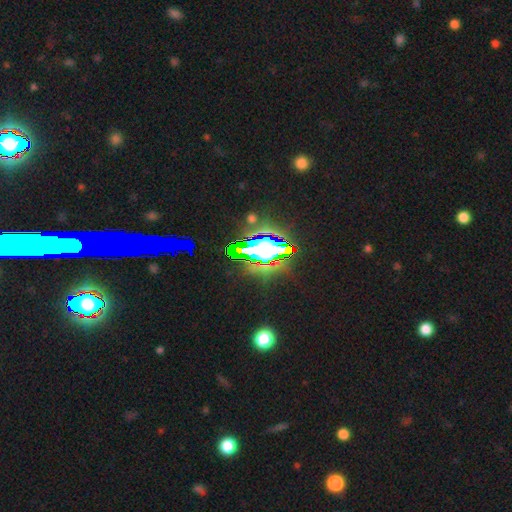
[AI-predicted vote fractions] The model was most divided on "smooth or featured": star or artifact: 63%, smooth: 20%, featured or disk: 18%.